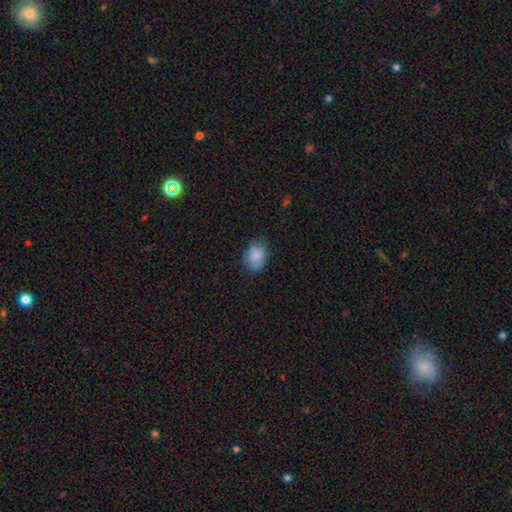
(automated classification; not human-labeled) smooth-or-featured: smooth: 84% | featured or disk: 9% | star or artifact: 7%
  how-rounded: in between: 78% | round: 21% | cigar-shaped: 1%
  merging: none: 70% | minor disturbance: 23% | major disturbance: 5% | merger: 1%